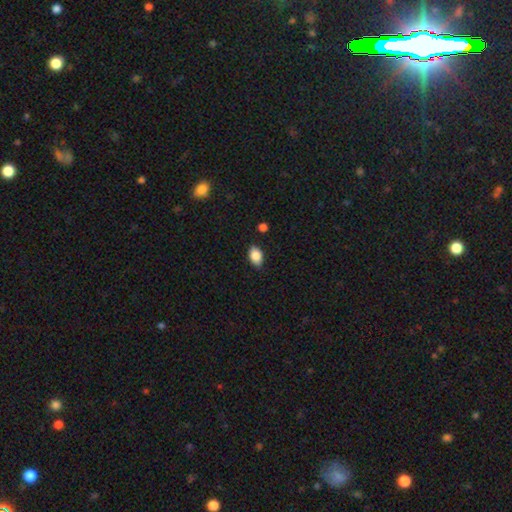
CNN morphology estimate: Overall: smooth (85%). How rounded: in between (87%). Merging: none (82%).